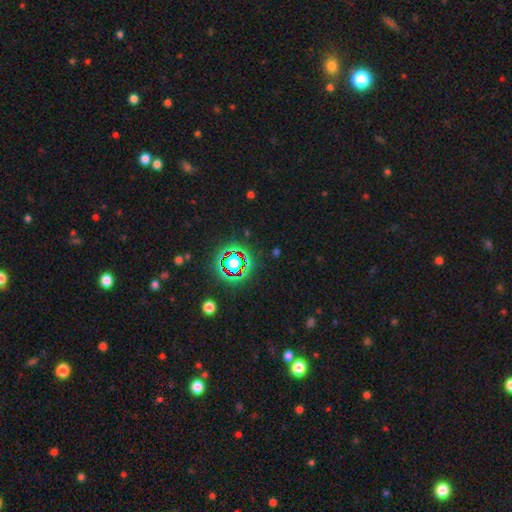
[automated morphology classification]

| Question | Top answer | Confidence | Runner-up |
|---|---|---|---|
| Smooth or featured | star or artifact | 77% | smooth (14%) |